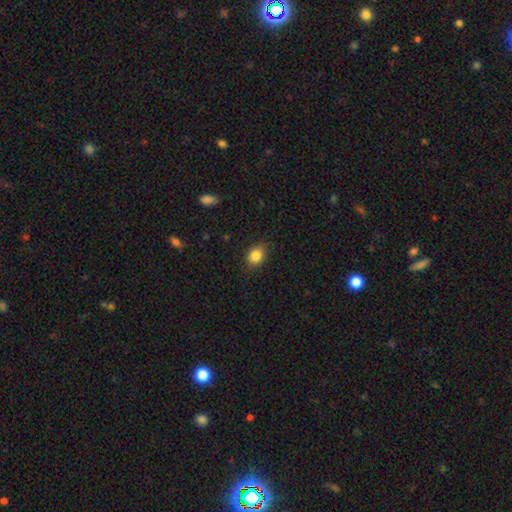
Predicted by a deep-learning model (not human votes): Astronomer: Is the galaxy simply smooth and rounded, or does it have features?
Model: smooth — 85%.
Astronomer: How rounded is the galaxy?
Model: in between — 50% (runner-up: round, 49%).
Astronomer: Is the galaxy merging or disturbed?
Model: none — 80%.